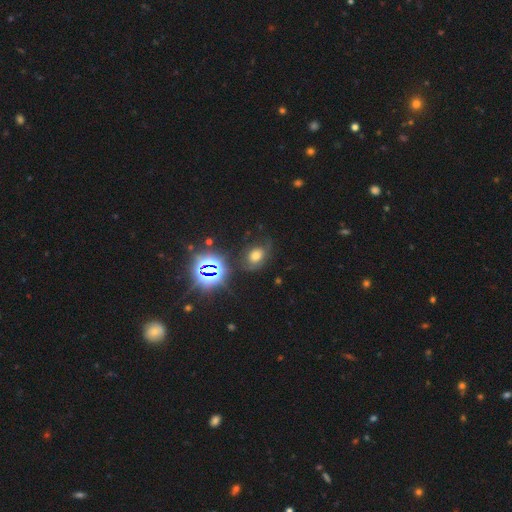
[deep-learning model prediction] smooth-or-featured: smooth: 50% | star or artifact: 30% | featured or disk: 21%
  merging: none: 60% | minor disturbance: 23% | major disturbance: 14% | merger: 3%